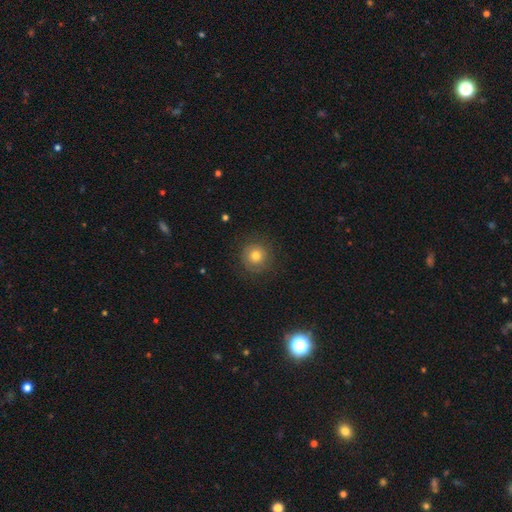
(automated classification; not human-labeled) Overall: smooth (68%). How rounded: round (94%). Merging: none (83%).